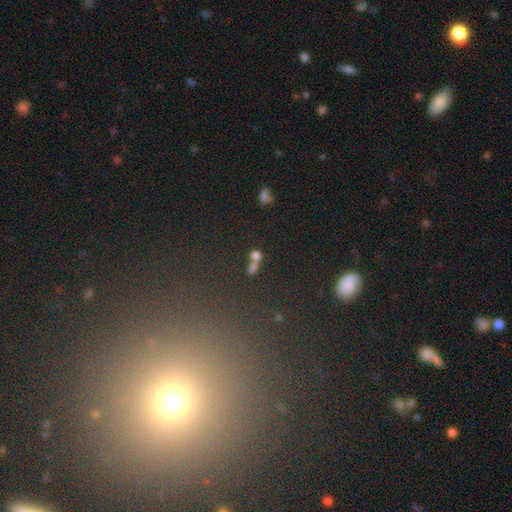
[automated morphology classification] The model was most divided on "how rounded": round: 54%, in between: 42%, cigar-shaped: 4%. More confident: smooth or featured — smooth (70%); merging — merger (53%).